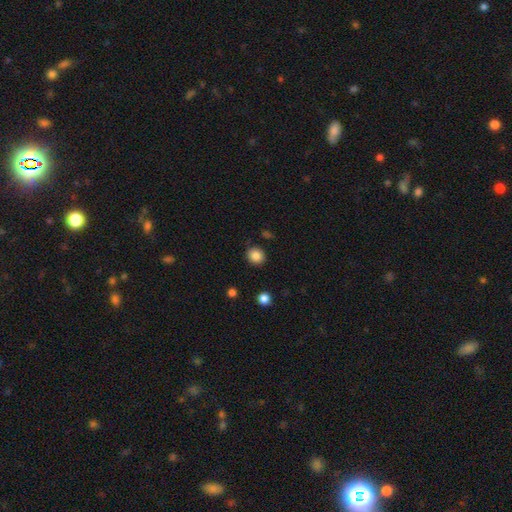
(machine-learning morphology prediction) This is clearly a smooth galaxy (85%). How rounded: clearly round (84%). Merging: clearly none (88%).